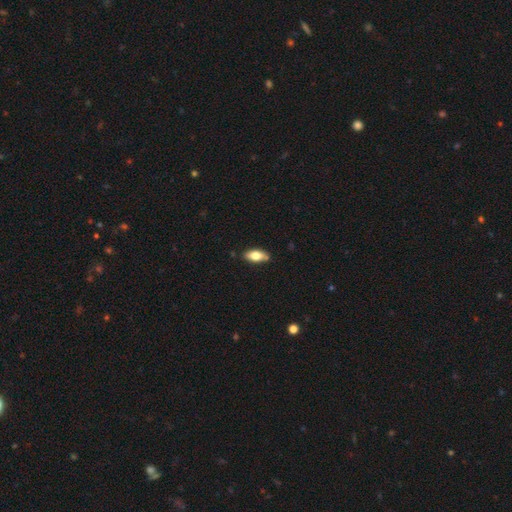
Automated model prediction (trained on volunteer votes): A smooth galaxy with no disk features (72%) that is in between round and cigar-shaped (85%).

Vote fractions:
- Smooth or featured? smooth: 72% / featured or disk: 21% / star or artifact: 6%
- How rounded? in between: 85% / cigar-shaped: 12% / round: 3%
- Merging? none: 81% / minor disturbance: 14% / major disturbance: 2% / merger: 2%